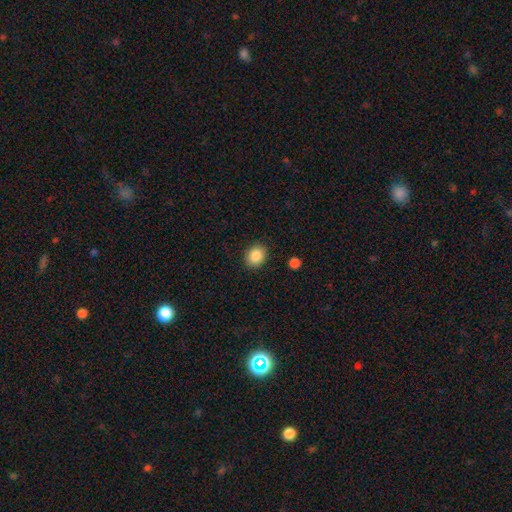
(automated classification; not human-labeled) This is clearly a smooth galaxy (87%). How rounded: possibly round (56%). Merging: clearly none (89%).